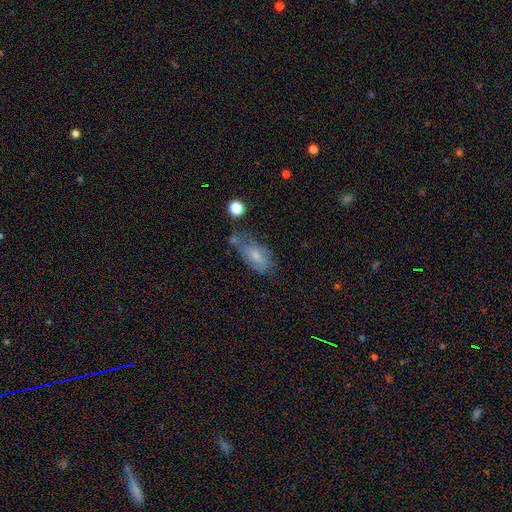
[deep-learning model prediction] A smooth galaxy with no disk features (61%) that is in between round and cigar-shaped (86%).

Vote fractions:
- Smooth or featured? smooth: 61% / featured or disk: 29% / star or artifact: 10%
- How rounded? in between: 86% / cigar-shaped: 9% / round: 5%
- Merging? none: 38% / minor disturbance: 31% / major disturbance: 17% / merger: 13%